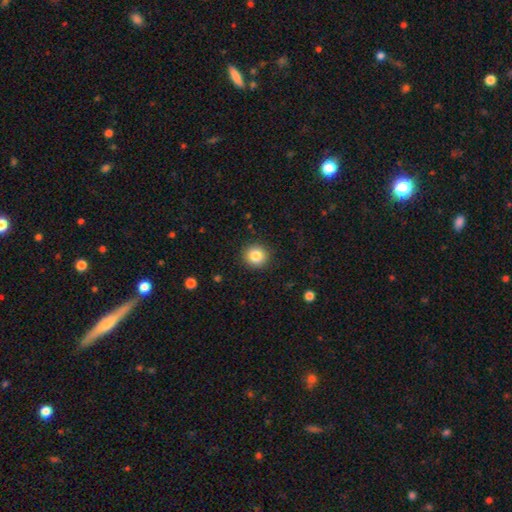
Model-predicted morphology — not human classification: smooth-or-featured: smooth: 84% | star or artifact: 10% | featured or disk: 6%
  how-rounded: round: 92% | in between: 7% | cigar-shaped: 1%
  merging: none: 91% | minor disturbance: 6% | major disturbance: 2% | merger: 1%